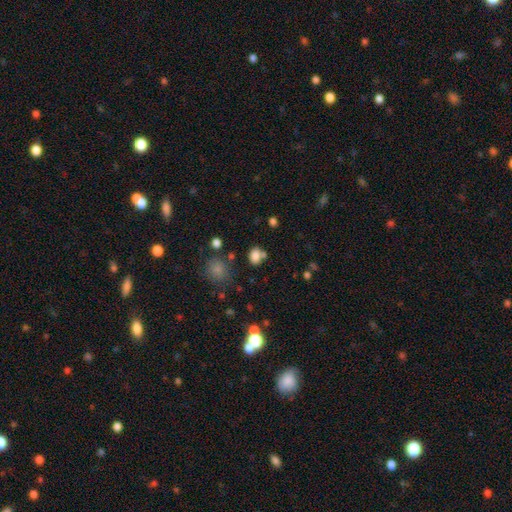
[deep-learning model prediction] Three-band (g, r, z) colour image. It shows a smooth galaxy with no disk features (79%) that is in between round and cigar-shaped (66%). Merging: none (58%).